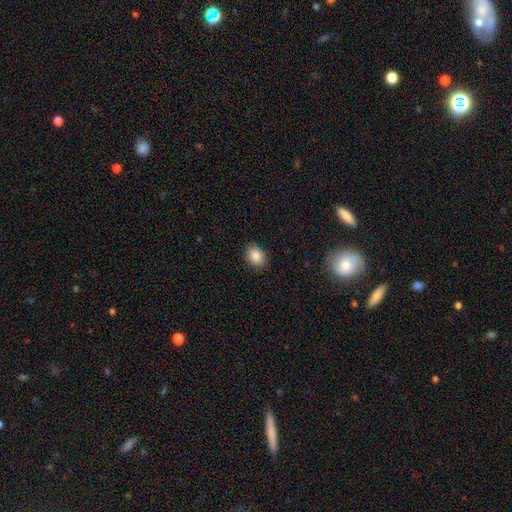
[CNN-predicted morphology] Smooth or featured? smooth (86%)
How rounded? in between (62%)
Merging? none (86%)